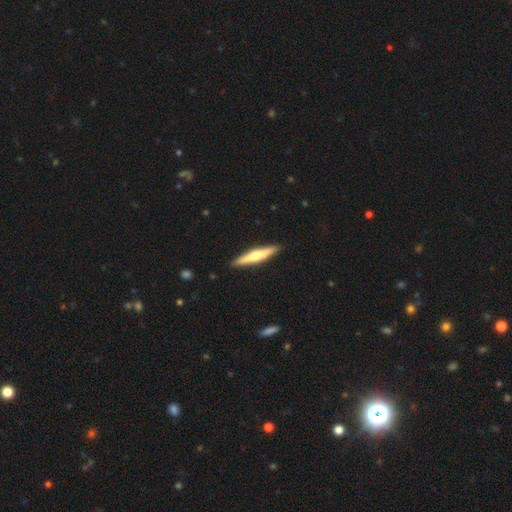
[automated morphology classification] This appears to be a featured or disk galaxy (50%) viewed edge-on (96%). Merging: none (91%).